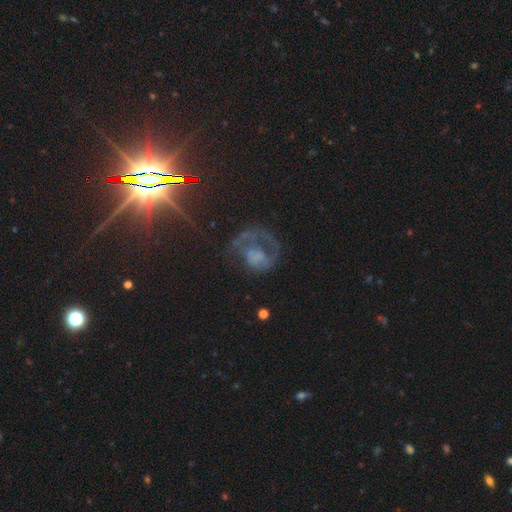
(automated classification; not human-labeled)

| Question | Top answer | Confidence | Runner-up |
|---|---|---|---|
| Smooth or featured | featured or disk | 57% | smooth (22%) |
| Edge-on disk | no | 97% | yes (3%) |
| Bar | no | 81% | weak (15%) |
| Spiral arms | yes | 54% | no (46%) |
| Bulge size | none | 54% | moderate (18%) |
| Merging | major disturbance | 39% | none (38%) |